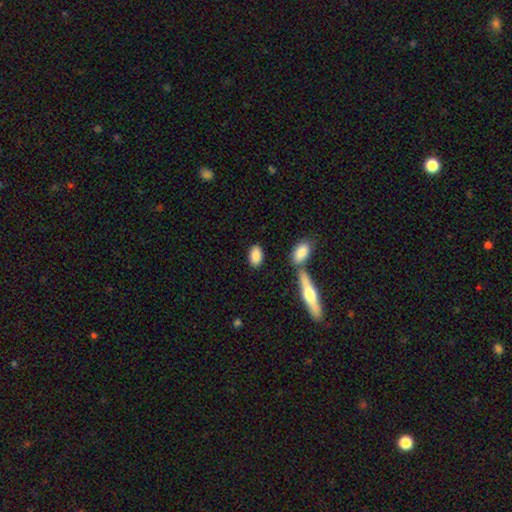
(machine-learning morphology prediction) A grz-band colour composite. It shows a smooth galaxy with no disk features (85%) that is in between round and cigar-shaped (89%). Merging: none (81%).